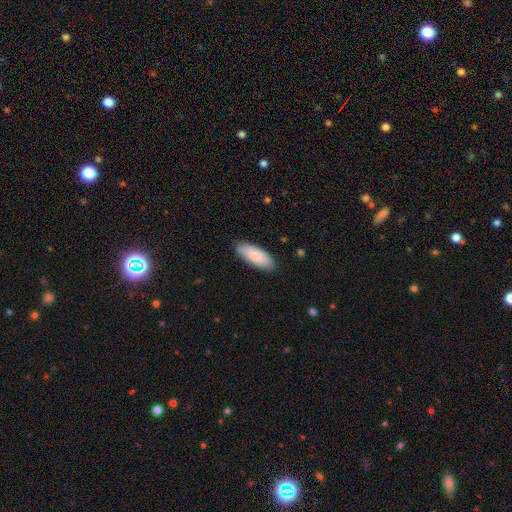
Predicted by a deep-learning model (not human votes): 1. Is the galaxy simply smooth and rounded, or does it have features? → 85% smooth, 10% featured or disk, 5% star or artifact.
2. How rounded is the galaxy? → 77% in between, 21% cigar-shaped, 2% round.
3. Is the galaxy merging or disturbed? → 87% none, 10% minor disturbance, 2% major disturbance, 1% merger.